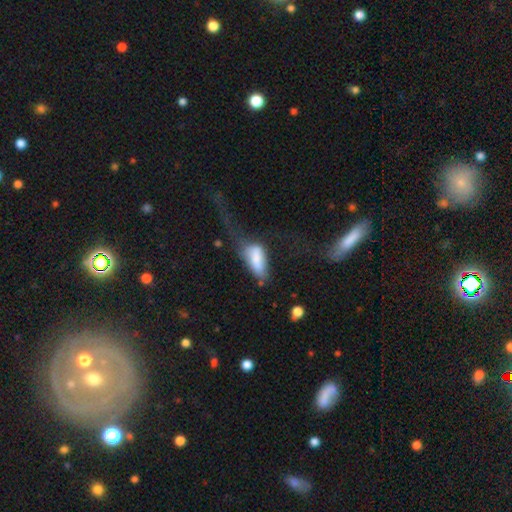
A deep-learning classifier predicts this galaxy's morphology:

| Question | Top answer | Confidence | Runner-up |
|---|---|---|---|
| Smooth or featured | smooth | 74% | featured or disk (19%) |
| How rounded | in between | 85% | cigar-shaped (12%) |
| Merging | major disturbance | 53% | minor disturbance (20%) |